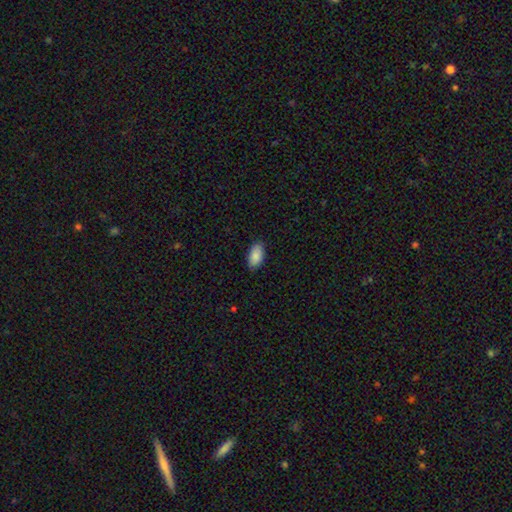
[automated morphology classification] Q: Smooth or featured?
A: smooth (88%); runner-up: star or artifact (6%)
Q: How rounded?
A: in between (94%); runner-up: cigar-shaped (3%)
Q: Merging?
A: none (86%); runner-up: minor disturbance (11%)